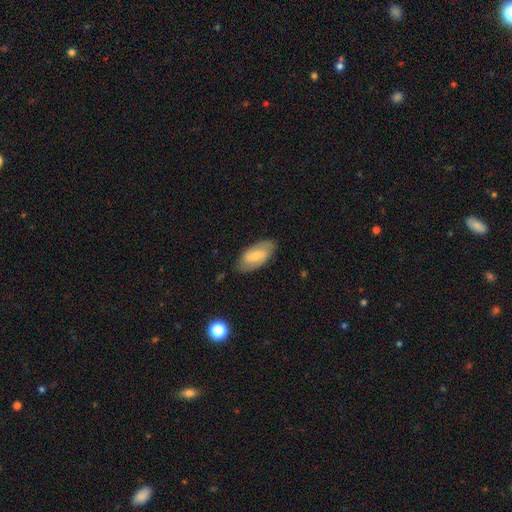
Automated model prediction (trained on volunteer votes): This is possibly a smooth galaxy (52%). How rounded: clearly in between (91%). Merging: likely none (78%).